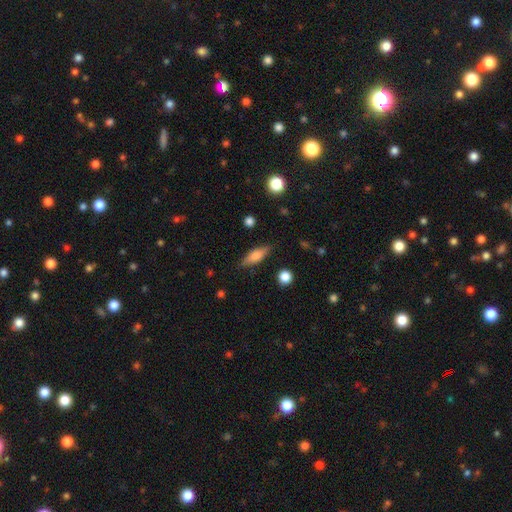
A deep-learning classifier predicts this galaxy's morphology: smooth-or-featured: smooth: 62% | featured or disk: 30% | star or artifact: 7%
  how-rounded: in between: 49% | cigar-shaped: 47% | round: 4%
  merging: none: 83% | minor disturbance: 12% | major disturbance: 3% | merger: 2%